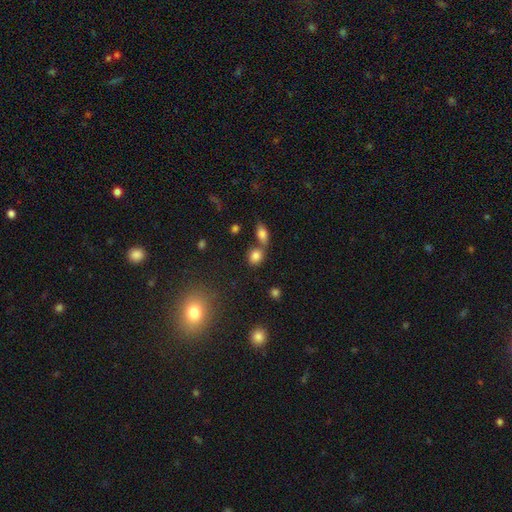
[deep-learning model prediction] A smooth galaxy with no disk features (81%) that is round (58%). Merging: none (57%).